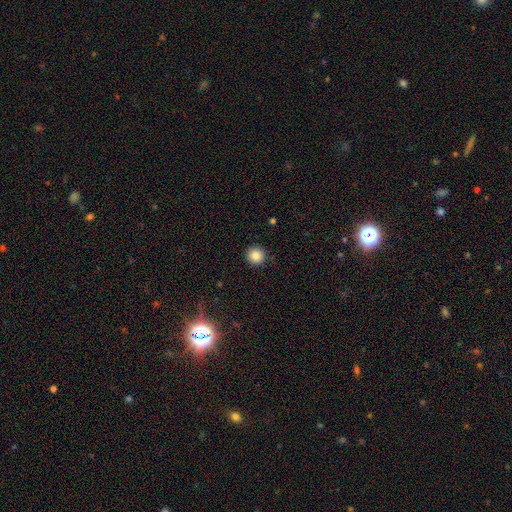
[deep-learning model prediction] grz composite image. It shows a smooth galaxy with no disk features (85%) that is round (95%). Merging: none (91%).